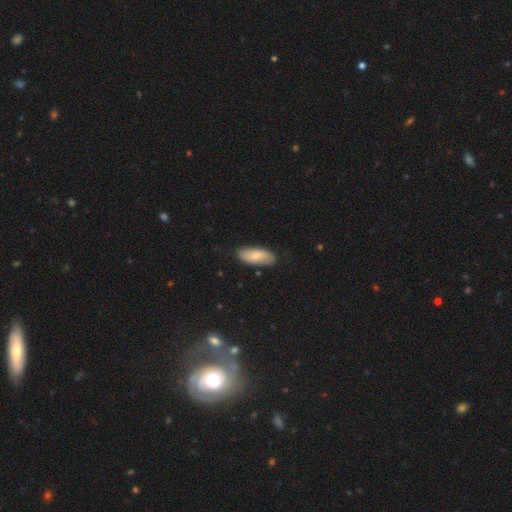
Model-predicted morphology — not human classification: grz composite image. It shows a smooth galaxy with no disk features (72%) that is in between round and cigar-shaped (83%). Merging: none (84%).